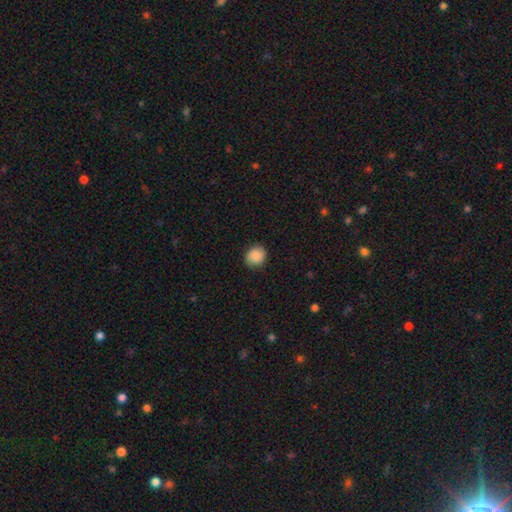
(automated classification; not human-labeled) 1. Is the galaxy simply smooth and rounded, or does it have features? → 82% smooth, 10% featured or disk, 8% star or artifact.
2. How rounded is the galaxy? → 81% round, 18% in between, 1% cigar-shaped.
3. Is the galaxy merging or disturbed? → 84% none, 12% minor disturbance, 3% major disturbance, 1% merger.